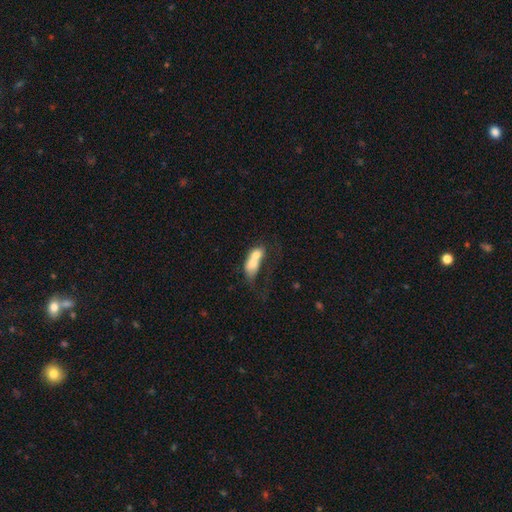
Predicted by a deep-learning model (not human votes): The model was most divided on "smooth or featured": smooth: 63%, featured or disk: 29%, star or artifact: 9%. More confident: how rounded — in between (75%); merging — merger (70%).